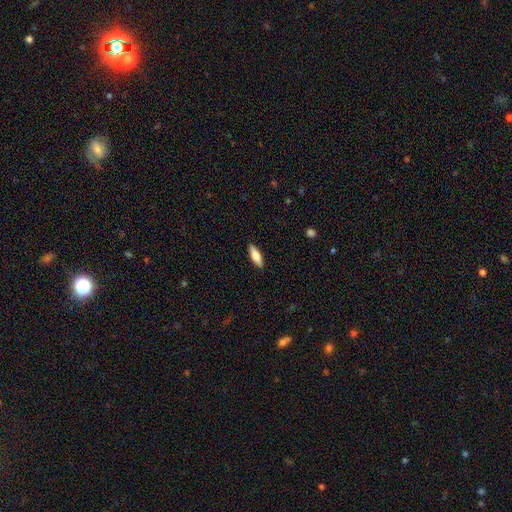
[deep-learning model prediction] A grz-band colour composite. It shows a smooth galaxy with no disk features (72%) that is cigar-shaped (50%). Merging: none (90%).